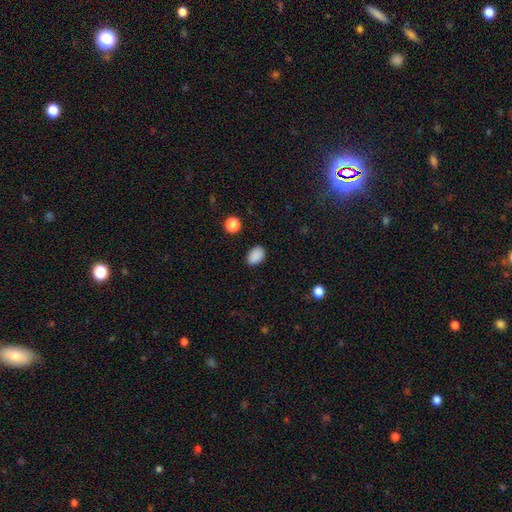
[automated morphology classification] Smooth or featured?
  - smooth: 88% *
  - star or artifact: 9%
  - featured or disk: 3%
How rounded?
  - in between: 82% *
  - round: 17%
  - cigar-shaped: 1%
Merging?
  - none: 86% *
  - minor disturbance: 10%
  - major disturbance: 2%
  - merger: 1%